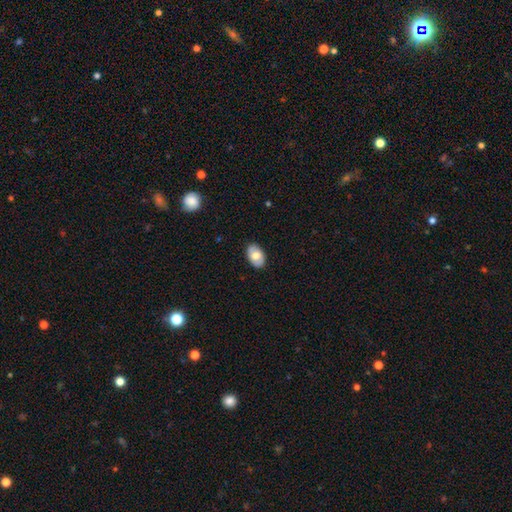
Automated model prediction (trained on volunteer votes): Smooth or featured?
  - smooth: 64% *
  - featured or disk: 29%
  - star or artifact: 6%
How rounded?
  - in between: 89% *
  - round: 10%
  - cigar-shaped: 1%
Merging?
  - none: 86% *
  - minor disturbance: 11%
  - major disturbance: 2%
  - merger: 1%